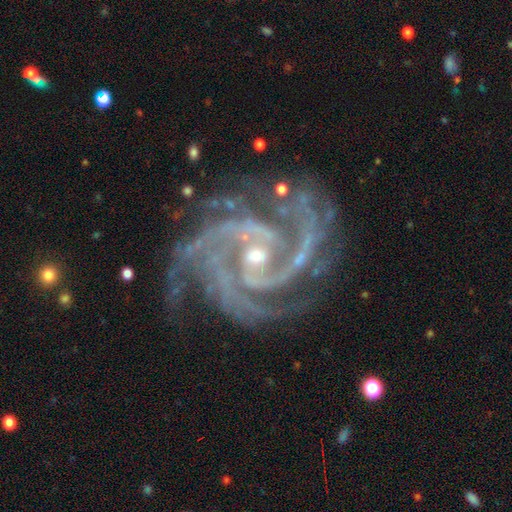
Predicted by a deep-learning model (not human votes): smooth-or-featured: featured or disk: 94% | star or artifact: 5% | smooth: 2%
  disk-edge-on: no: 98% | yes: 2%
    bar: no: 49% | weak: 30% | strong: 21%
    has-spiral-arms: yes: 99% | no: 1%
      spiral-winding: tight: 64% | medium: 32% | loose: 3%
      spiral-arm-count: 3: 30% | 4: 27% | 2: 14% | more than 4: 11% | can't tell: 9% | 1: 8%
    bulge-size: small: 68% | moderate: 29% | none: 1% | large: 1% | dominant: 1%
  merging: none: 74% | minor disturbance: 17% | major disturbance: 7% | merger: 2%